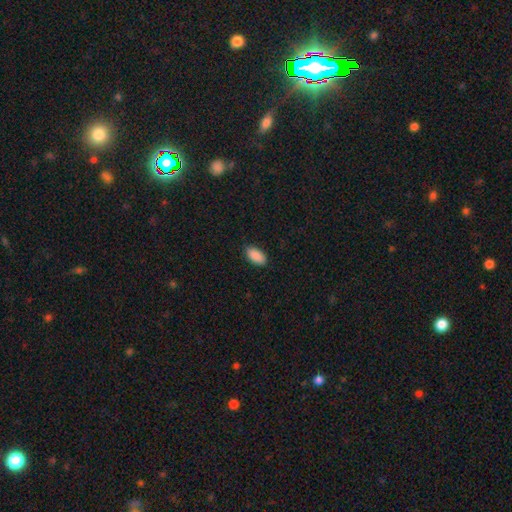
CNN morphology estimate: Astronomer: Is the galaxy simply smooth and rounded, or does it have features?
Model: smooth — 90%.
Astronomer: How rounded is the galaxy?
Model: in between — 93%.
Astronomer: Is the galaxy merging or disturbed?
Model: none — 87%.